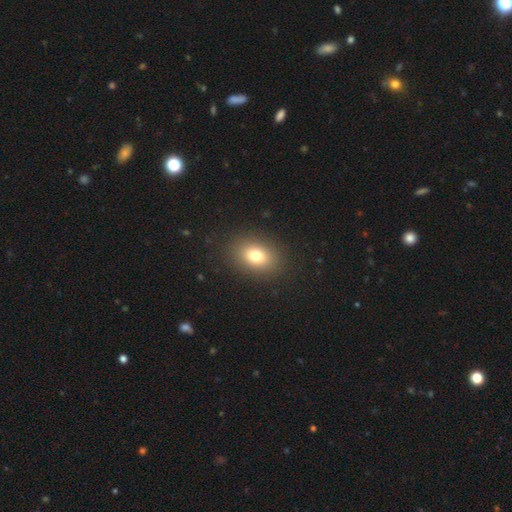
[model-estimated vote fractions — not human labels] Smooth or featured? smooth (78%)
How rounded? in between (71%)
Merging? none (88%)